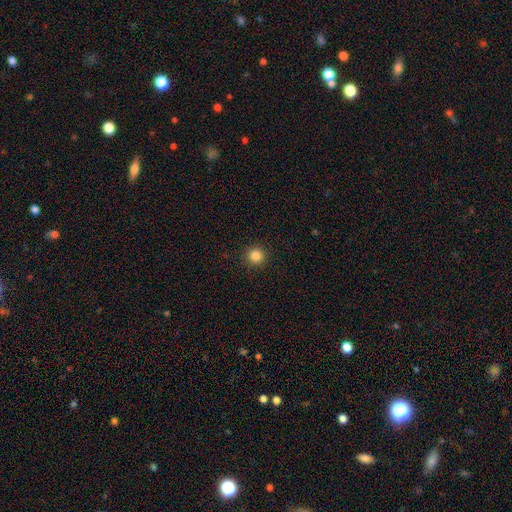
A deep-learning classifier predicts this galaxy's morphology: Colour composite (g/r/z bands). It shows a smooth galaxy with no disk features (84%) that is round (95%). Merging: none (92%).